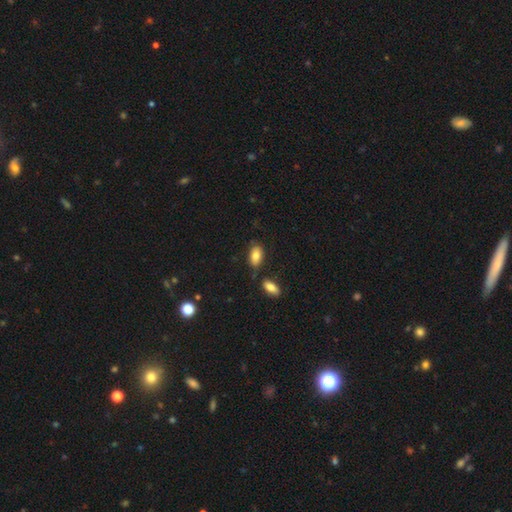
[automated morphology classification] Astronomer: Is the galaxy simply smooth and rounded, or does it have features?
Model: smooth — 82%.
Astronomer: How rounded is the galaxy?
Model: in between — 92%.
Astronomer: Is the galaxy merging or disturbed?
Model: none — 72%.